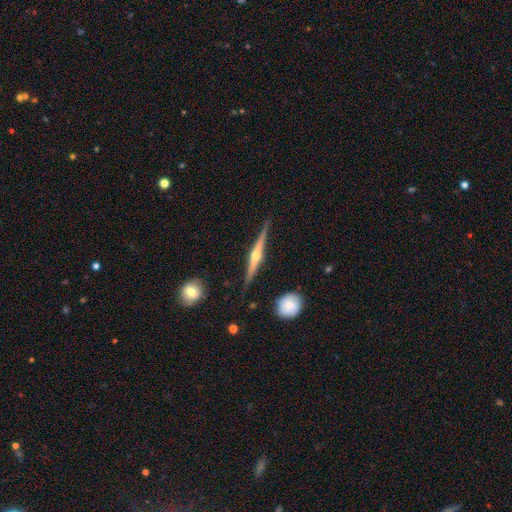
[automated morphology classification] A featured or disk galaxy (82%) viewed edge-on (98%) with a rounded central bulge (92%). Merging: none (87%).